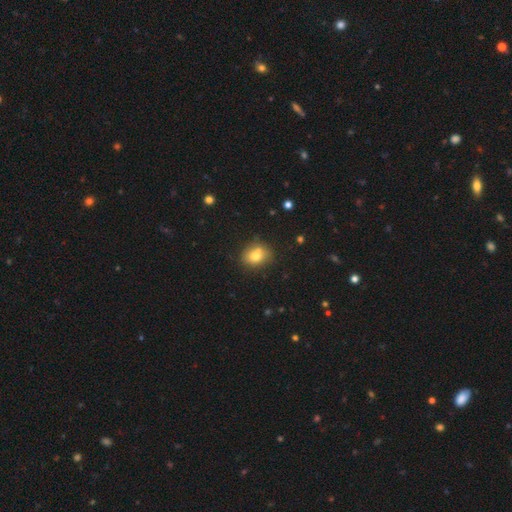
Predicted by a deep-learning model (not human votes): Overall: smooth (75%). How rounded: round (55%; in between 44%). Merging: none (66%).